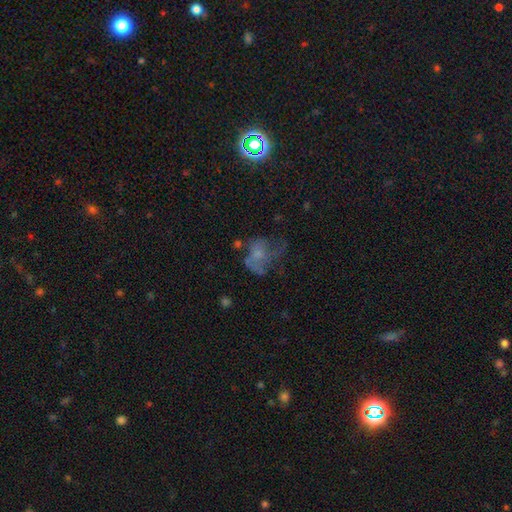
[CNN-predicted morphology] This appears to be a featured or disk galaxy (45%). Merging: major disturbance (42%).